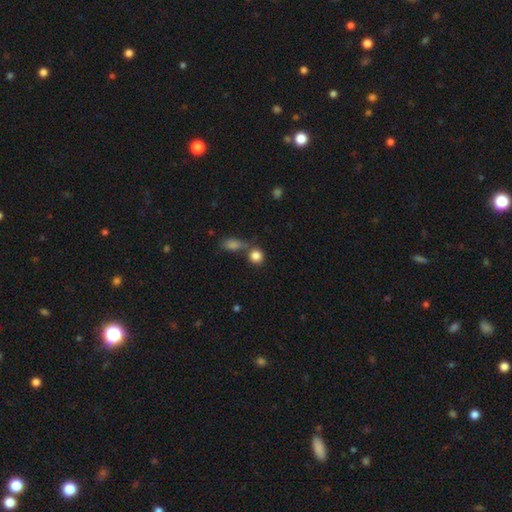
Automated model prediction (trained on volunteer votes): This appears to be a smooth galaxy with no disk features (84%) that is round (83%). Merging: none (55%).